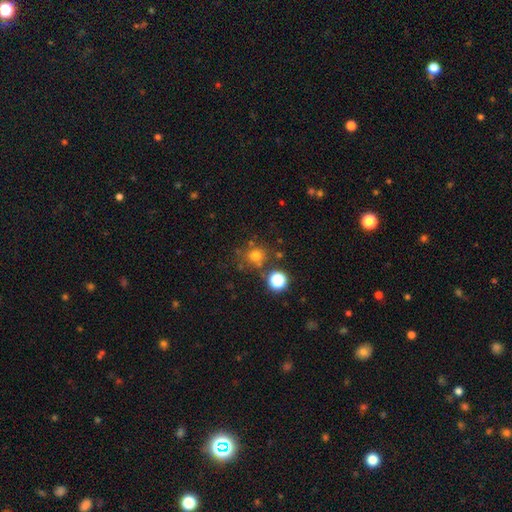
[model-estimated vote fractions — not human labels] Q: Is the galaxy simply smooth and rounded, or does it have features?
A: smooth — 71%.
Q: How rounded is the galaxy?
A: round — 87%.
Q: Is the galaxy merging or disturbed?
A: none — 71%.